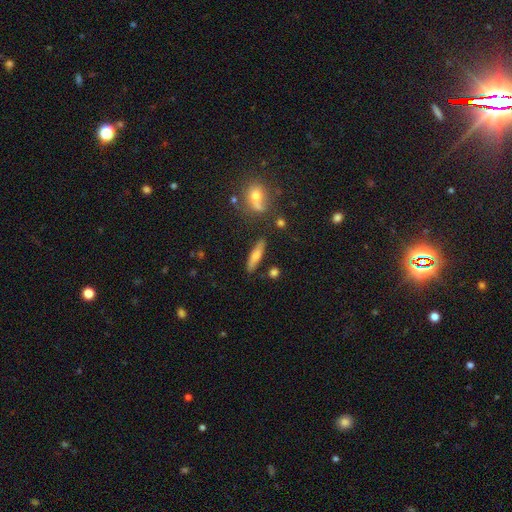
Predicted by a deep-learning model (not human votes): smooth 66%, featured or disk 26%, star or artifact 8%. Down the decision tree: how rounded — cigar-shaped (72%); merging — none (82%).